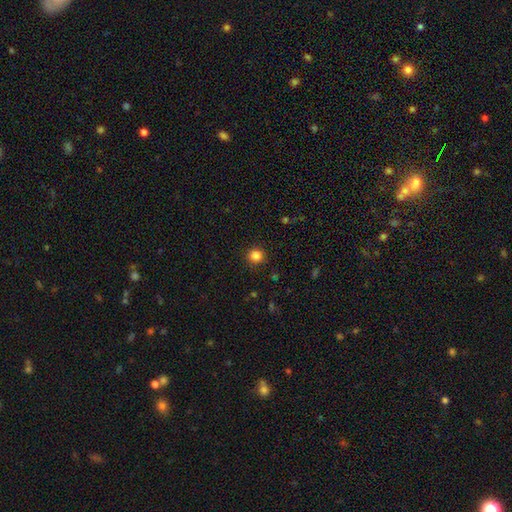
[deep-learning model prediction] Smooth or featured: smooth — 84% (star or artifact — 12%)
How rounded: round — 89% (in between — 10%)
Merging: none — 90% (minor disturbance — 7%)